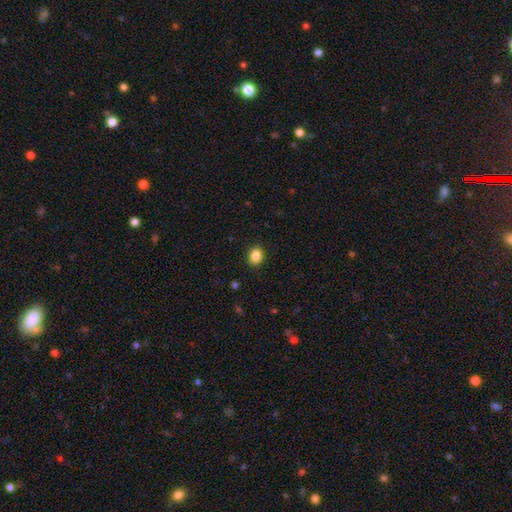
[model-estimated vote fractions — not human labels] This appears to be a smooth galaxy with no disk features (87%) that is in between round and cigar-shaped (57%). Merging: none (89%).